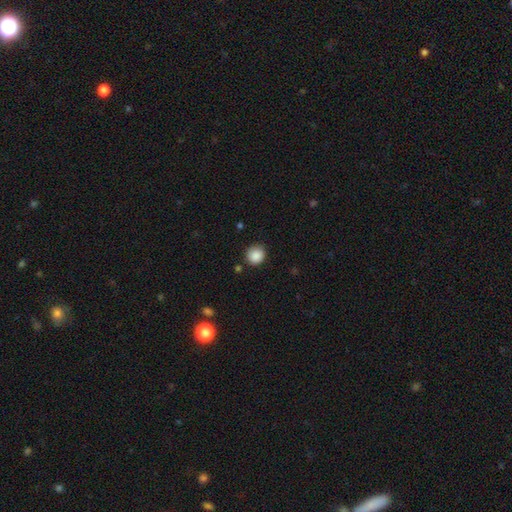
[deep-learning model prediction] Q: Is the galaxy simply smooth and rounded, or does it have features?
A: smooth — 88%.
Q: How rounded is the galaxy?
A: round — 88%.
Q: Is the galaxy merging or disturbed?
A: none — 85%.